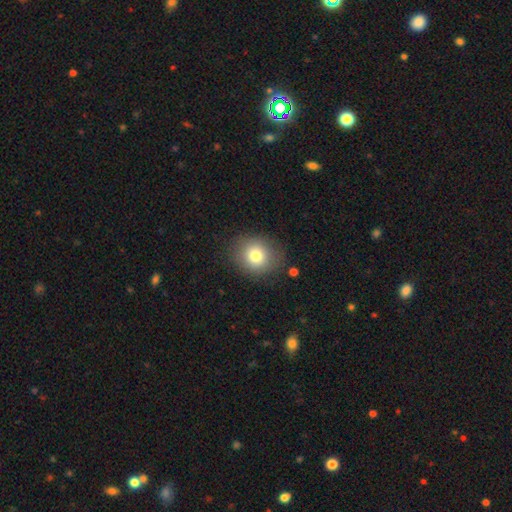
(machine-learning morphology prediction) smooth-or-featured: smooth: 79% | star or artifact: 11% | featured or disk: 10%
  how-rounded: round: 76% | in between: 23% | cigar-shaped: 1%
  merging: none: 84% | minor disturbance: 11% | major disturbance: 4% | merger: 2%